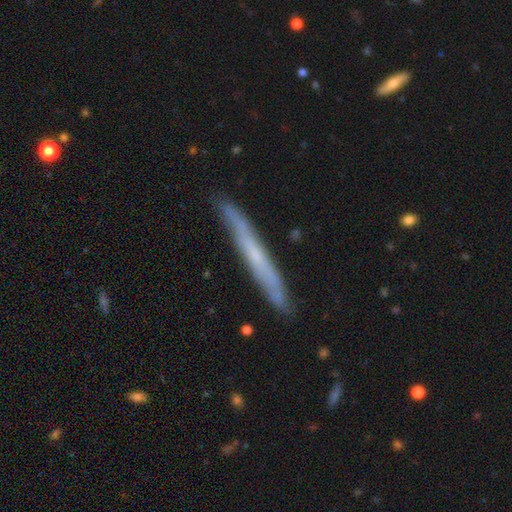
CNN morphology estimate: Q: Smooth or featured?
A: featured or disk (54%); runner-up: smooth (40%)
Q: Edge-on disk?
A: yes (92%); runner-up: no (8%)
Q: Edge-on bulge?
A: none (75%); runner-up: rounded (21%)
Q: Merging?
A: none (87%); runner-up: minor disturbance (10%)